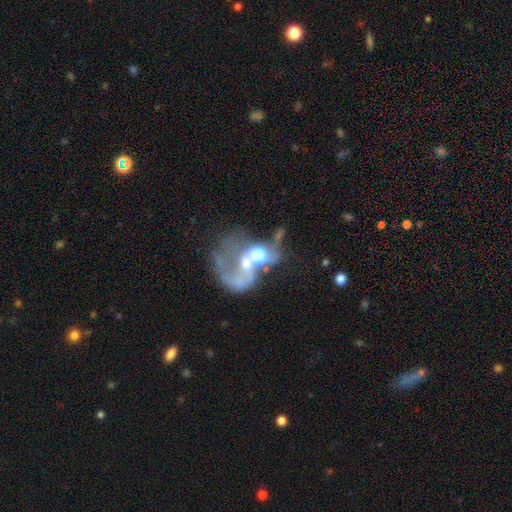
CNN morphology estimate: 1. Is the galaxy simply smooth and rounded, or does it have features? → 57% featured or disk, 31% smooth, 11% star or artifact.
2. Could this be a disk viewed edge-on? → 97% no, 3% yes.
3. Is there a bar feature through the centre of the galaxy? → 83% no, 13% weak, 4% strong.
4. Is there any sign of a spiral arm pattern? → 74% no, 26% yes.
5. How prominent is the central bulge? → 45% moderate, 30% large, 10% none, 8% small, 7% dominant.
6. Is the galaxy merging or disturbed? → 61% merger, 27% major disturbance, 8% none, 5% minor disturbance.